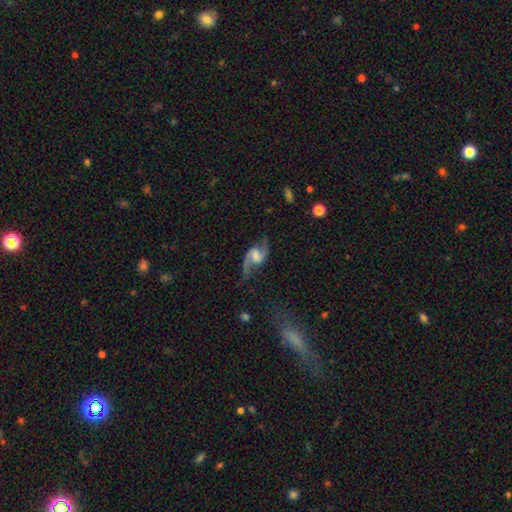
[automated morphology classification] Smooth or featured? featured or disk (88%)
Edge-on disk? no (97%)
Bar? weak (53%)
Spiral arms? yes (97%)
Spiral winding? loose (65%)
Spiral arm count? 2 (94%)
Bulge size? moderate (34%)
Merging? none (72%)